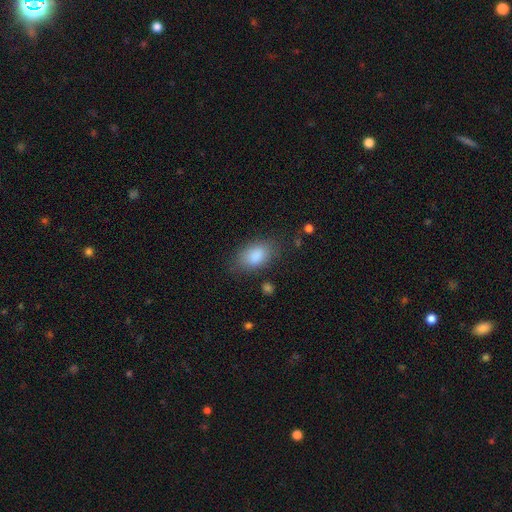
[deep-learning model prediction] A smooth galaxy with no disk features (86%) that is in between round and cigar-shaped (90%).

Vote fractions:
- Smooth or featured? smooth: 86% / star or artifact: 8% / featured or disk: 6%
- How rounded? in between: 90% / round: 8% / cigar-shaped: 2%
- Merging? none: 75% / minor disturbance: 17% / major disturbance: 6% / merger: 2%